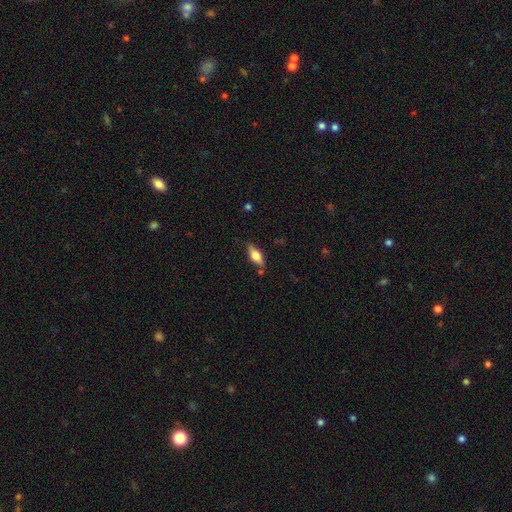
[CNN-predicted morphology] Smooth or featured?
  - smooth: 59% *
  - featured or disk: 34%
  - star or artifact: 7%
How rounded?
  - in between: 74% *
  - cigar-shaped: 23%
  - round: 3%
Merging?
  - none: 76% *
  - minor disturbance: 17%
  - merger: 4%
  - major disturbance: 4%